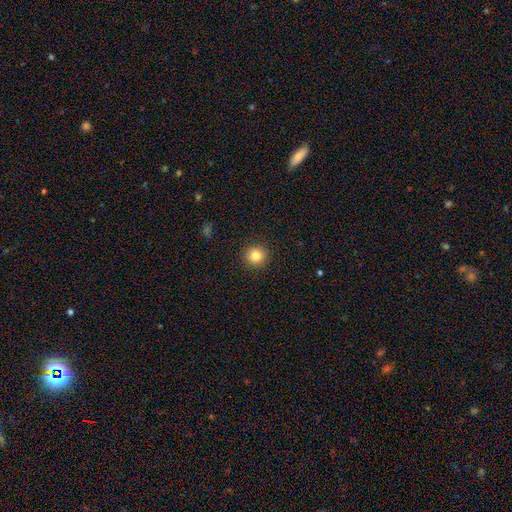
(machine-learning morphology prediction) This appears to be a smooth galaxy with no disk features (83%) that is round (93%). Merging: none (92%).